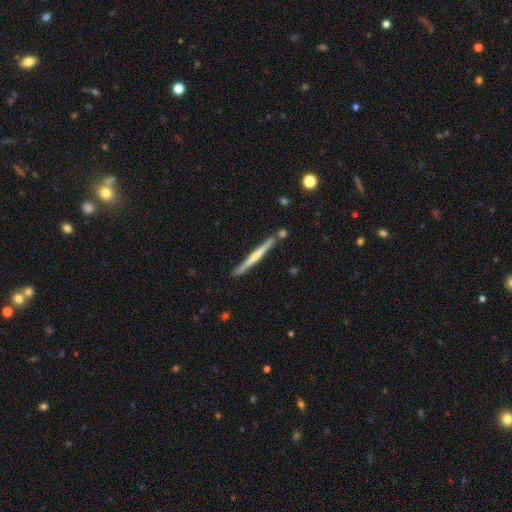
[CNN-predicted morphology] This is possibly a featured or disk galaxy (55%). It is clearly viewed edge-on (97%). Edge-on bulge: possibly none (56%). Merging: clearly none (82%).